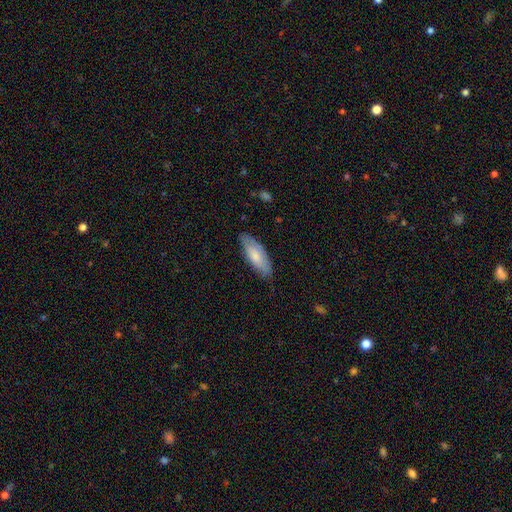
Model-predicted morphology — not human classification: This is likely a smooth galaxy (72%). How rounded: likely in between (68%). Merging: likely none (75%).